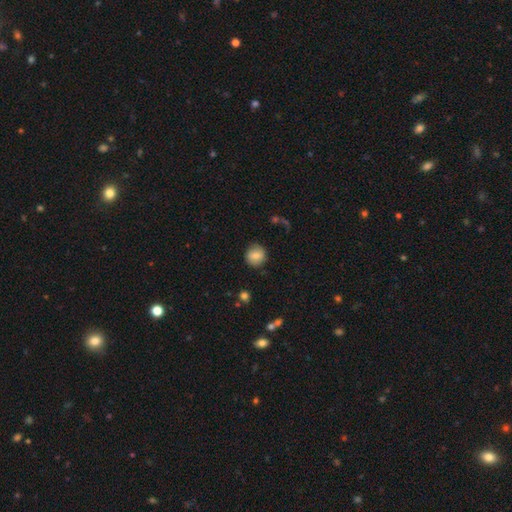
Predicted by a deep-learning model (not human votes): This is clearly a smooth galaxy (80%). How rounded: clearly round (89%). Merging: clearly none (86%).